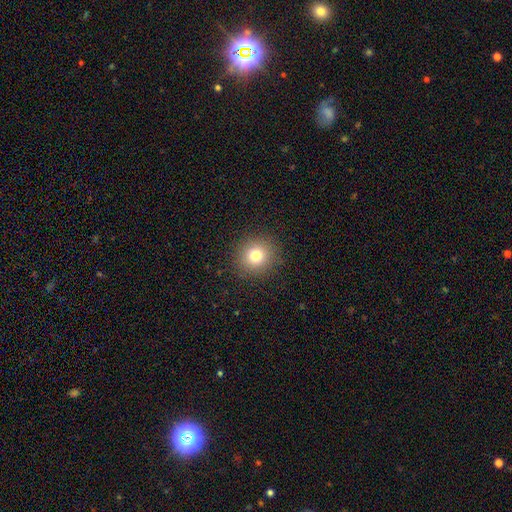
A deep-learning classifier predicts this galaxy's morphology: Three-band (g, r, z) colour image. It shows a smooth galaxy with no disk features (78%) that is round (91%). Merging: none (90%).